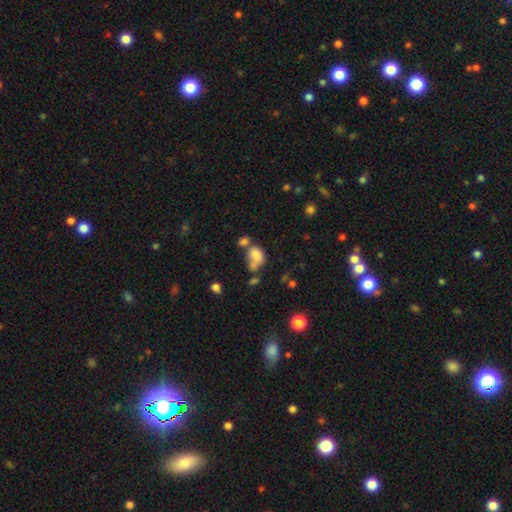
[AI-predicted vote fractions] Overall: smooth (75%). How rounded: in between (68%; round 30%). Merging: merger (44%; none 25%).